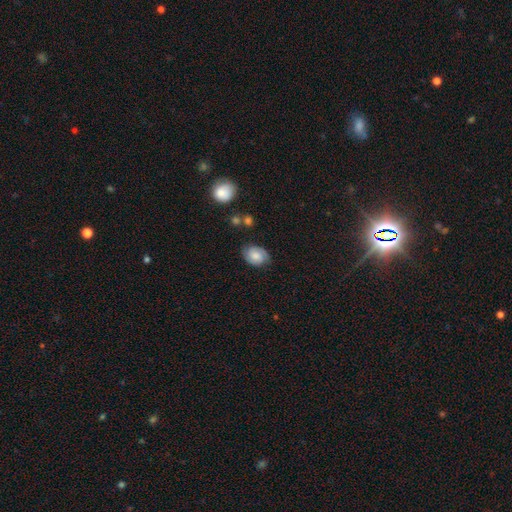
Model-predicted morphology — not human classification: Smooth or featured? Predicted: smooth (p=0.51). How rounded? Predicted: in between (p=0.69). Merging? Predicted: none (p=0.77).